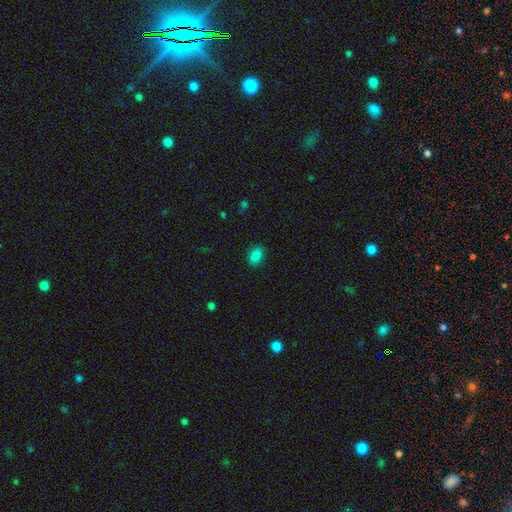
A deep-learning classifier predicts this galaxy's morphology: The model was most divided on "how rounded": in between: 85%, round: 14%, cigar-shaped: 2%. More confident: merging — none (86%); smooth or featured — smooth (86%).